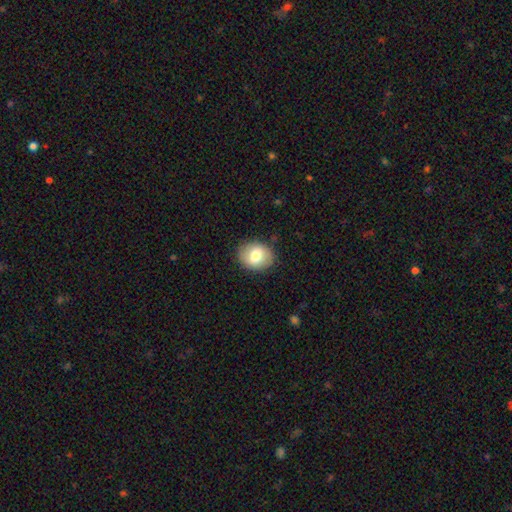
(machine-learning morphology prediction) type=smooth (74%); roundness=round (52%); merging=none (87%).